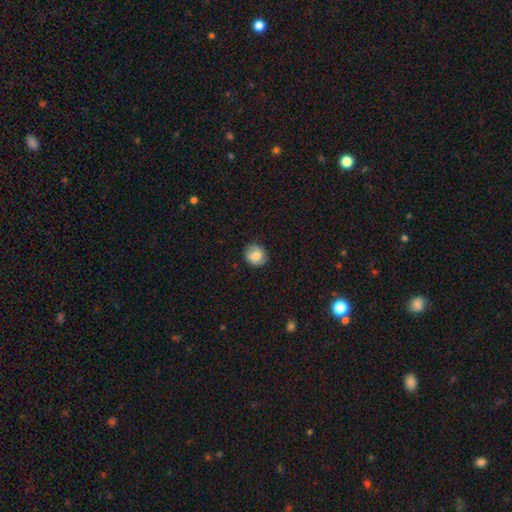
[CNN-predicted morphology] type=smooth (72%); roundness=round (77%); merging=none (80%).